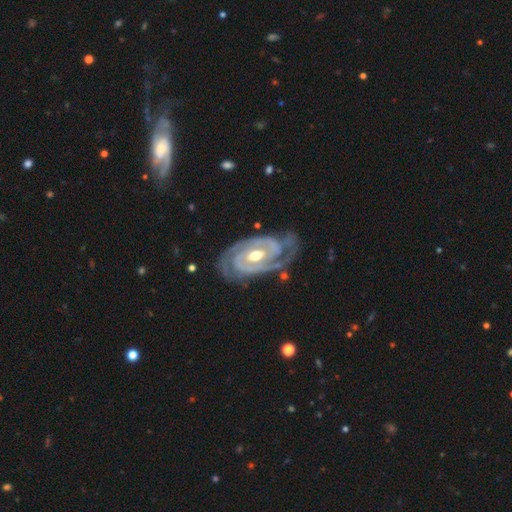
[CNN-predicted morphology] Smooth or featured?
  - featured or disk: 93% *
  - smooth: 4%
  - star or artifact: 3%
Edge-on disk?
  - no: 97% *
  - yes: 3%
Bar?
  - weak: 38% *
  - strong: 31%
  - no: 30%
Spiral arms?
  - yes: 98% *
  - no: 2%
Spiral winding?
  - tight: 72% *
  - medium: 25%
  - loose: 4%
Spiral arm count?
  - 2: 81% *
  - 3: 8%
  - can't tell: 5%
  - 1: 2%
  - 4: 2%
  - more than 4: 2%
Bulge size?
  - moderate: 72% *
  - small: 23%
  - large: 4%
  - none: 1%
  - dominant: 1%
Merging?
  - none: 72% *
  - minor disturbance: 19%
  - major disturbance: 7%
  - merger: 2%